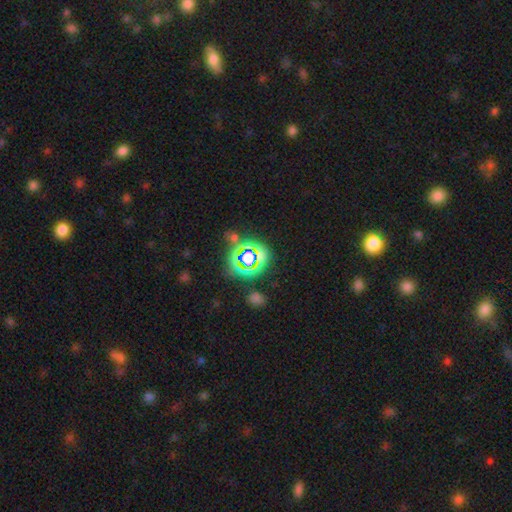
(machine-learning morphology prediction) Overall: star or artifact (67%).